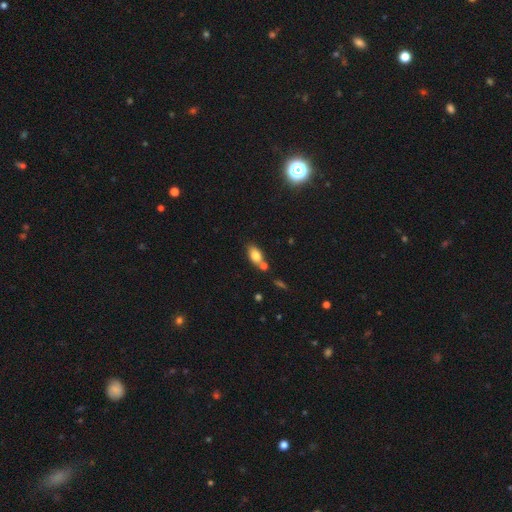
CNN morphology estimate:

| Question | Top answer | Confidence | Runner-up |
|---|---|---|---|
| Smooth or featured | smooth | 79% | featured or disk (12%) |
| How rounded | in between | 85% | round (10%) |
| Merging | none | 57% | merger (26%) |